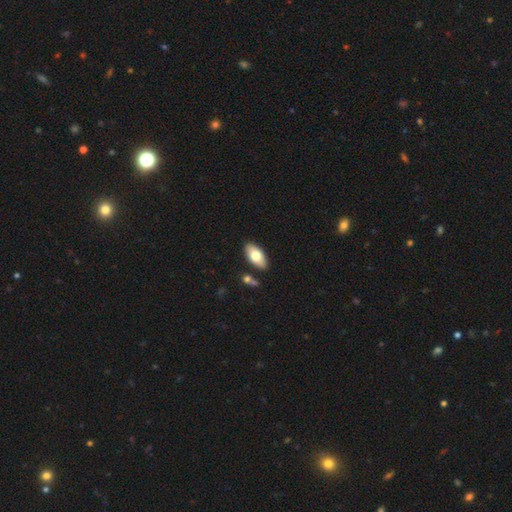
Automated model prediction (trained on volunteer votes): smooth-or-featured: smooth: 73% | featured or disk: 21% | star or artifact: 6%
  how-rounded: in between: 92% | cigar-shaped: 5% | round: 3%
  merging: none: 84% | minor disturbance: 10% | merger: 4% | major disturbance: 2%